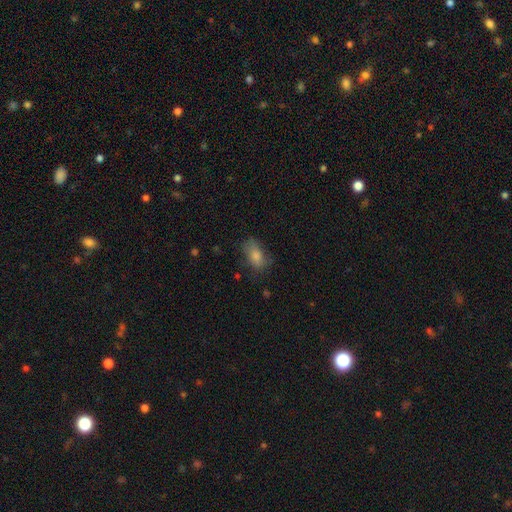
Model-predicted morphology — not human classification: This appears to be a smooth galaxy with no disk features (72%) that is in between round and cigar-shaped (85%). Merging: none (69%).